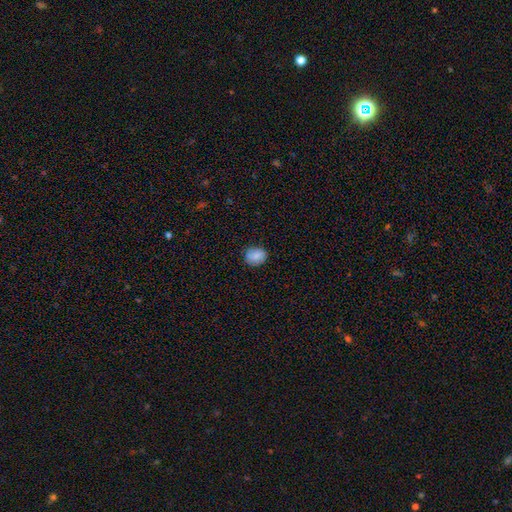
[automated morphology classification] The model was most divided on "how rounded": round: 56%, in between: 43%, cigar-shaped: 1%. More confident: merging — none (80%); smooth or featured — smooth (80%).